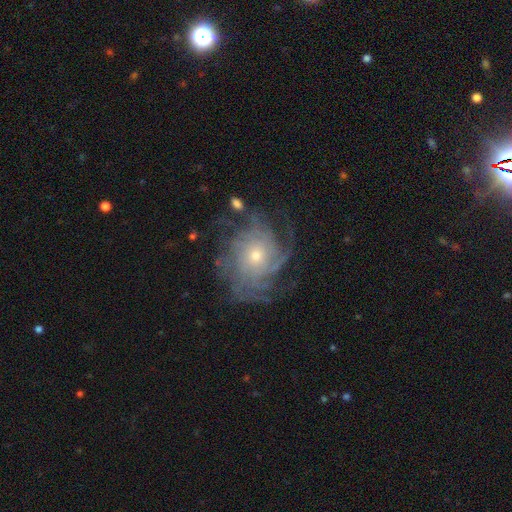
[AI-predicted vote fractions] Smooth or featured: featured or disk — 84% (smooth — 8%)
Edge-on disk: no — 97% (yes — 3%)
Bar: no — 82% (weak — 15%)
Spiral arms: yes — 95% (no — 5%)
Spiral winding: tight — 60% (medium — 29%)
Spiral arm count: can't tell — 30% (more than 4 — 23%)
Bulge size: small — 62% (moderate — 33%)
Merging: none — 69% (minor disturbance — 17%)